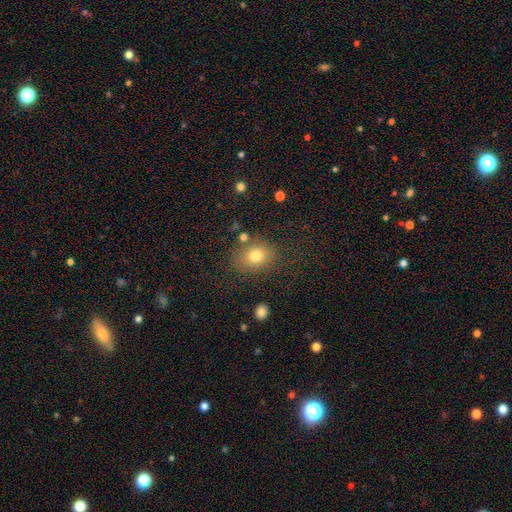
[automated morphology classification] A smooth galaxy with no disk features (76%) that is in between round and cigar-shaped (55%). Merging: none (76%).